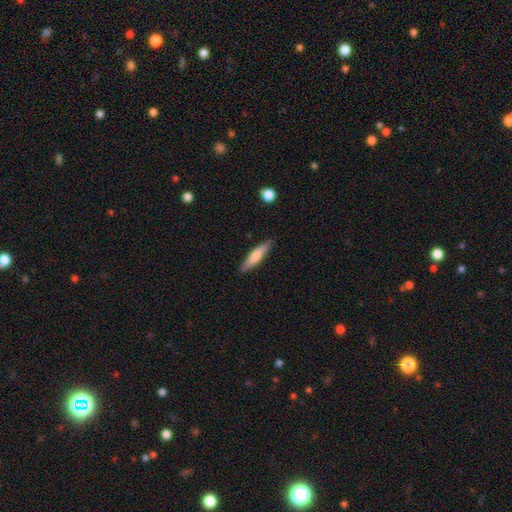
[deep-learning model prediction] Overall: smooth (70%). How rounded: cigar-shaped (80%). Merging: none (85%).